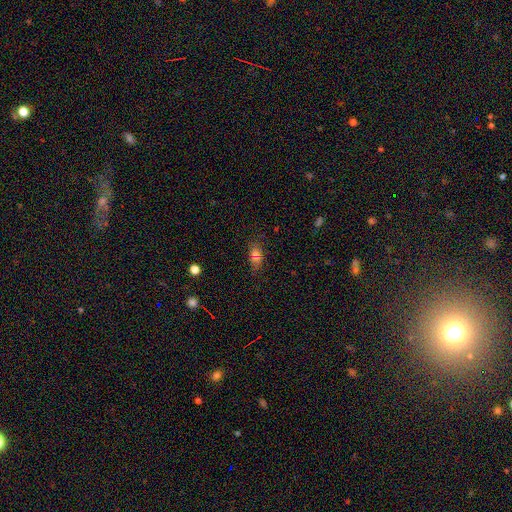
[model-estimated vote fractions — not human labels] smooth-or-featured: smooth: 68% | star or artifact: 19% | featured or disk: 13%
  how-rounded: in between: 76% | round: 13% | cigar-shaped: 11%
  merging: none: 66% | minor disturbance: 18% | merger: 10% | major disturbance: 6%